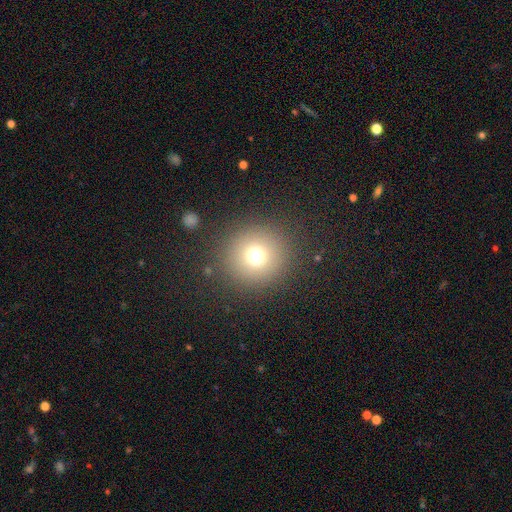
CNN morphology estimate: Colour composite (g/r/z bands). It shows a smooth galaxy with no disk features (72%) that is round (93%). Merging: none (88%).